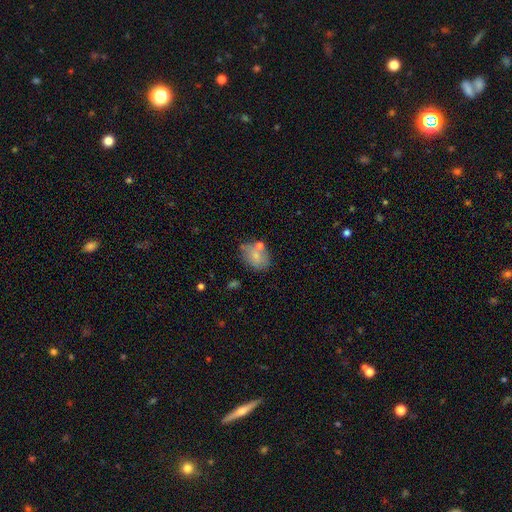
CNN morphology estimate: A smooth galaxy with no disk features (72%) that is in between round and cigar-shaped (75%). Merging: none (57%).